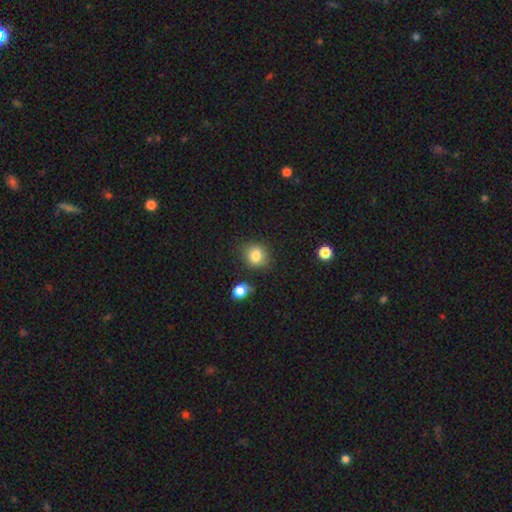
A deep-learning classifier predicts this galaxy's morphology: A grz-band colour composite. It shows a smooth galaxy with no disk features (82%) that is round (79%). Merging: none (82%).